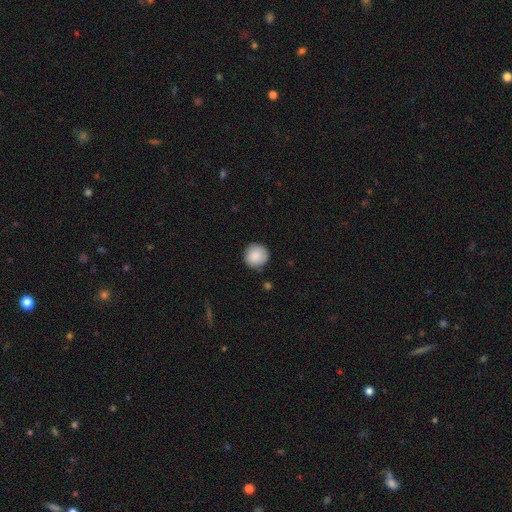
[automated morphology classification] type=smooth (88%); roundness=round (95%); merging=none (87%).